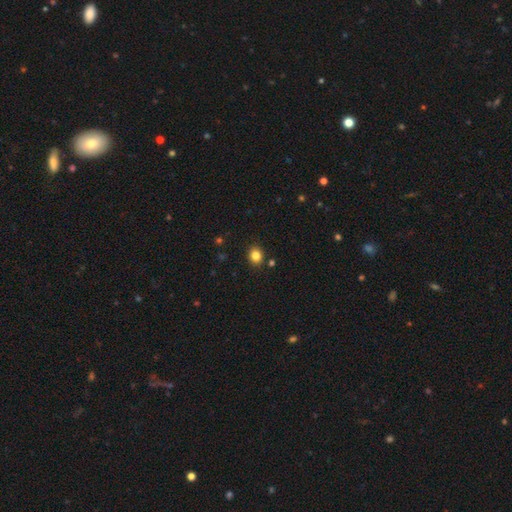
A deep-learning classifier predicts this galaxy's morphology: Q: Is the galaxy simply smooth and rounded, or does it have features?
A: smooth — 84%.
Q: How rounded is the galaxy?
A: round — 67%.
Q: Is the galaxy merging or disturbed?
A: none — 88%.